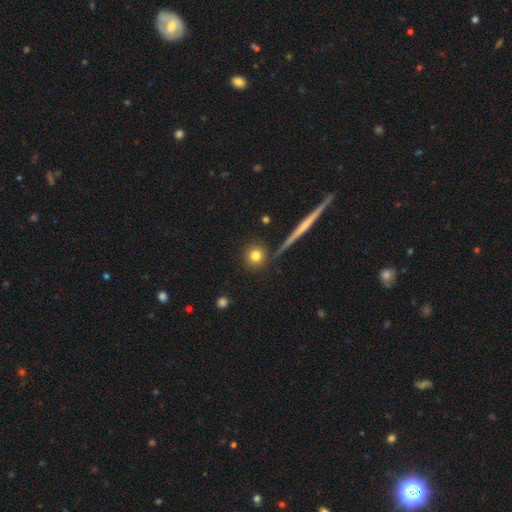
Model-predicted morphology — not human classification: Overall: smooth (79%). How rounded: round (93%). Merging: none (88%).